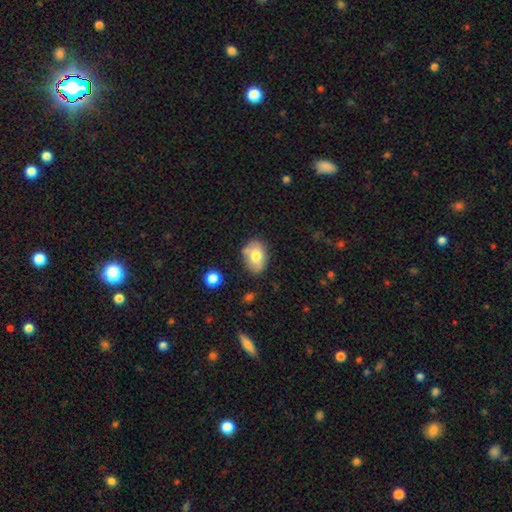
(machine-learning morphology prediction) smooth 67%, featured or disk 24%, star or artifact 8%. Down the decision tree: how rounded — in between (74%); merging — none (63%).